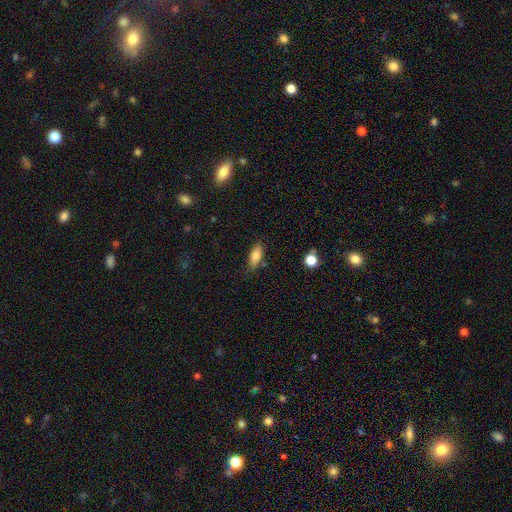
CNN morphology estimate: Q: Smooth or featured?
A: smooth (75%); runner-up: featured or disk (17%)
Q: How rounded?
A: in between (75%); runner-up: cigar-shaped (22%)
Q: Merging?
A: none (81%); runner-up: minor disturbance (14%)